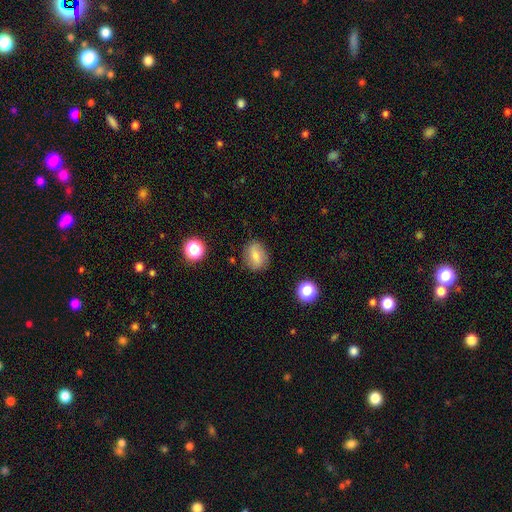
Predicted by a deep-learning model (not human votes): Smooth or featured? Predicted: smooth (p=0.69). How rounded? Predicted: in between (p=0.58). Merging? Predicted: none (p=0.80).